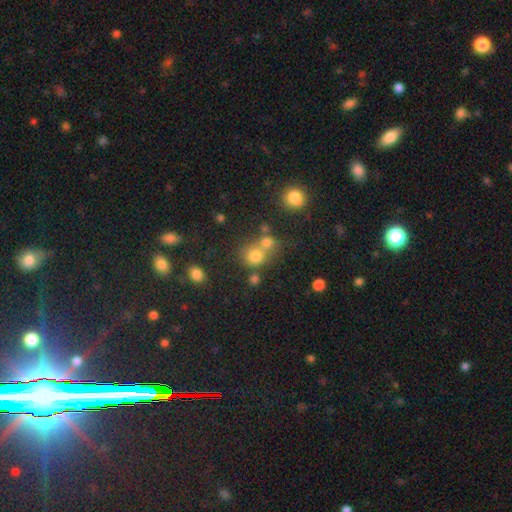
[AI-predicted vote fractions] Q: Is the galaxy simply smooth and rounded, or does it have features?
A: smooth — 73%.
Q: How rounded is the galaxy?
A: round — 81%.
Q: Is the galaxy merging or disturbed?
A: none — 45%.